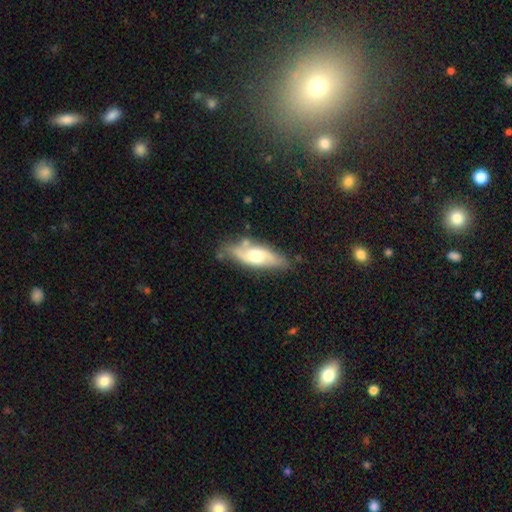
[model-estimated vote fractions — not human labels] Morphology: type=featured or disk (55%); edge-on=no (68%); merging=none (68%).